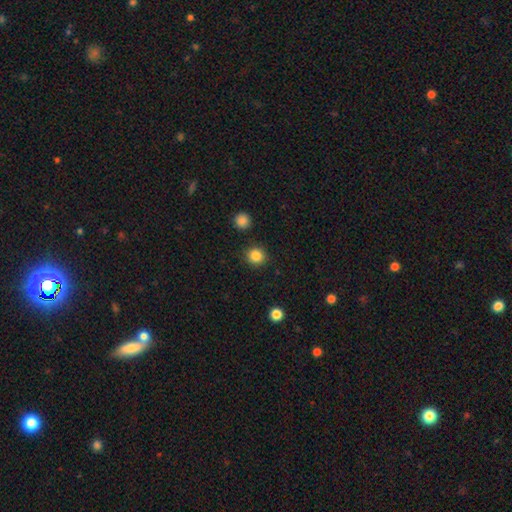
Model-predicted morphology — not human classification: smooth-or-featured: smooth: 86% | star or artifact: 11% | featured or disk: 4%
  how-rounded: round: 92% | in between: 7% | cigar-shaped: 1%
  merging: none: 90% | minor disturbance: 6% | major disturbance: 2% | merger: 2%